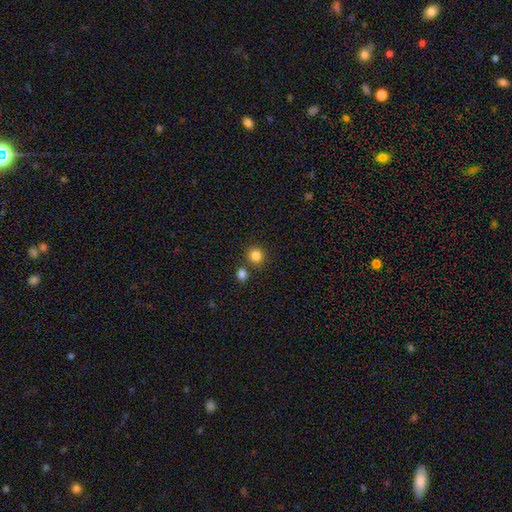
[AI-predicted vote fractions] Overall: smooth (84%). How rounded: round (88%). Merging: none (78%).